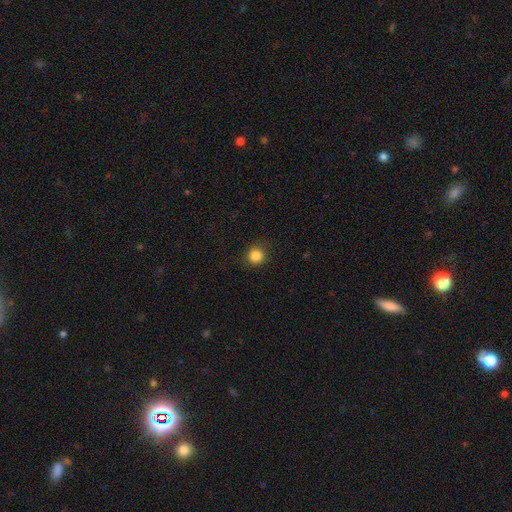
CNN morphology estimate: Q: Smooth or featured?
A: smooth (85%); runner-up: star or artifact (11%)
Q: How rounded?
A: round (92%); runner-up: in between (7%)
Q: Merging?
A: none (87%); runner-up: minor disturbance (9%)